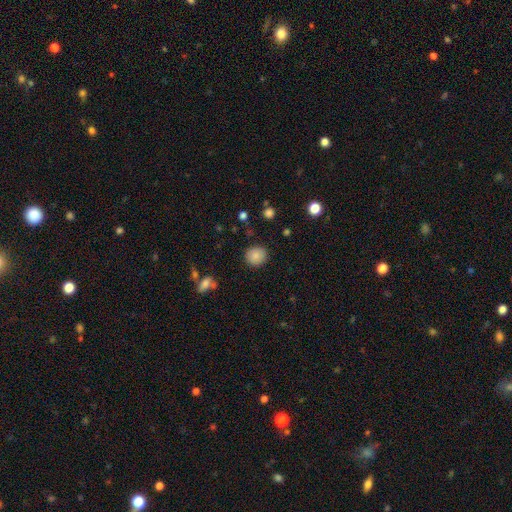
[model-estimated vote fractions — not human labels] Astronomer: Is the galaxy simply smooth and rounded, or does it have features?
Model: smooth — 85%.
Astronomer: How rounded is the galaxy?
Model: round — 86%.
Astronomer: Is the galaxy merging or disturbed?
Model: none — 88%.